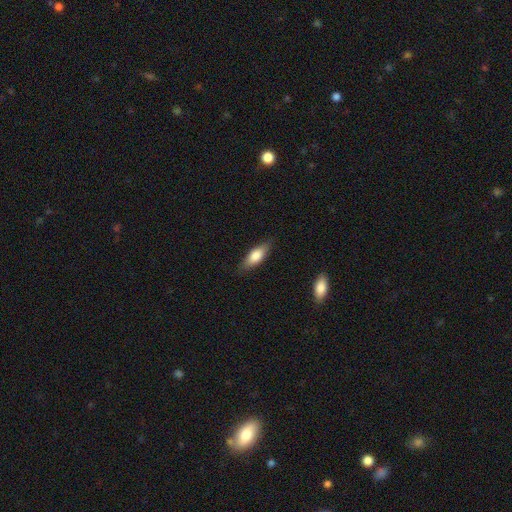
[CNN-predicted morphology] Overall: smooth (75%). How rounded: in between (68%; cigar-shaped 29%). Merging: none (84%).